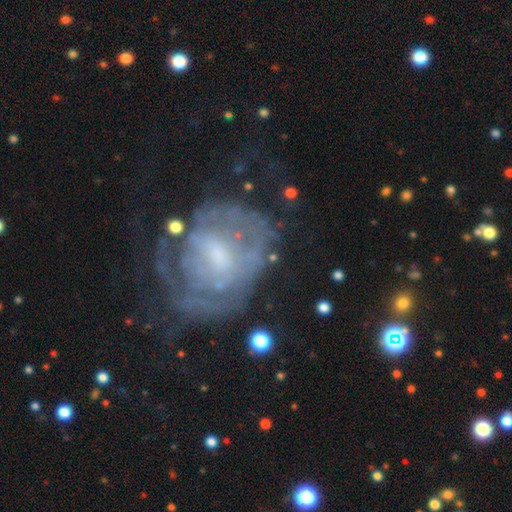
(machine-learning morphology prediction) This is likely a featured or disk galaxy (67%). It is clearly not viewed edge-on (97%). Bar: possibly no (53%). Spiral arm pattern: possibly yes (52%). Central bulge: marginally small (39%). Merging: possibly none (50%).